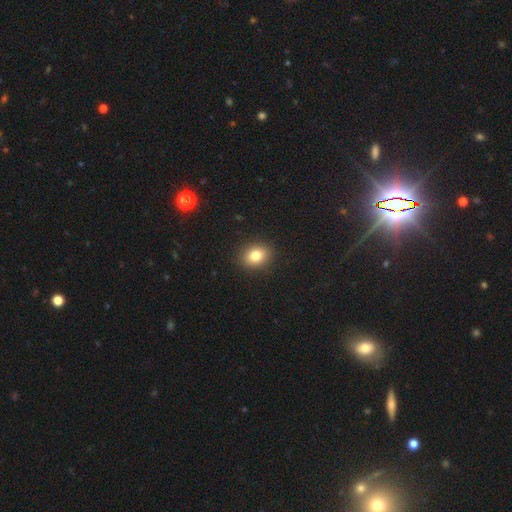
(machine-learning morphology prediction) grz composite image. It shows a smooth galaxy with no disk features (82%) that is in between round and cigar-shaped (53%). Merging: none (90%).